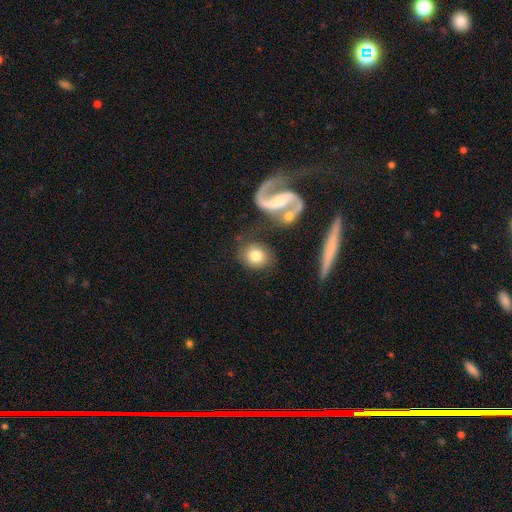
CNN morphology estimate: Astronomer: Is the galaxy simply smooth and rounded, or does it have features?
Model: smooth — 72%.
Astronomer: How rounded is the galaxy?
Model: round — 73%.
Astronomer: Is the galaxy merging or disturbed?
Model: none — 72%.